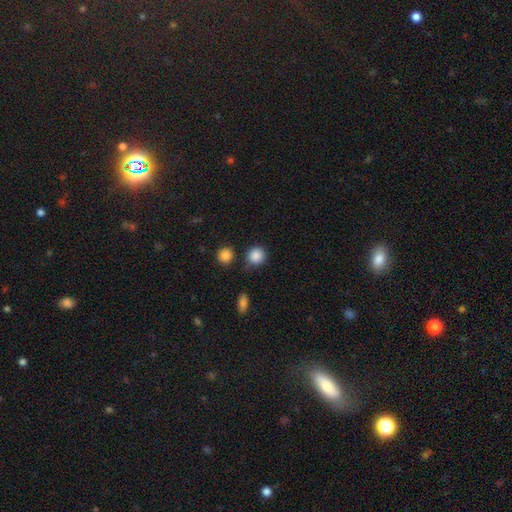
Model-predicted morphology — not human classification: type=smooth (87%); roundness=round (90%); merging=none (80%).